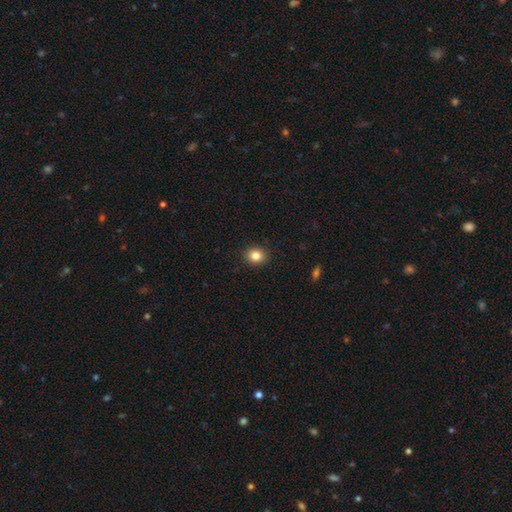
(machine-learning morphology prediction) A smooth galaxy with no disk features (85%) that is round (61%).

Vote fractions:
- Smooth or featured? smooth: 85% / star or artifact: 10% / featured or disk: 5%
- How rounded? round: 61% / in between: 38% / cigar-shaped: 1%
- Merging? none: 90% / minor disturbance: 7% / major disturbance: 2% / merger: 1%